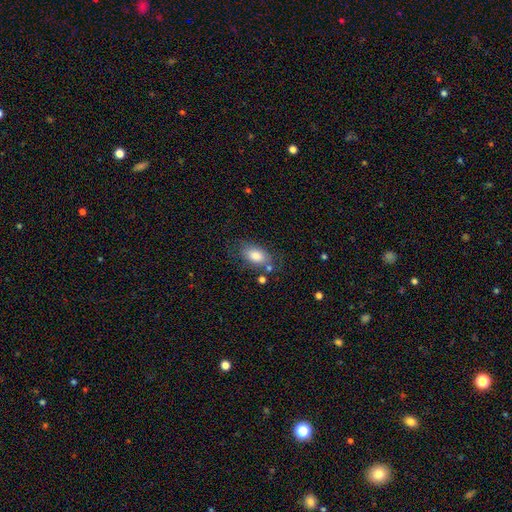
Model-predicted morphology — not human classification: smooth 80%, featured or disk 12%, star or artifact 8%. Down the decision tree: how rounded — in between (89%); merging — none (66%).